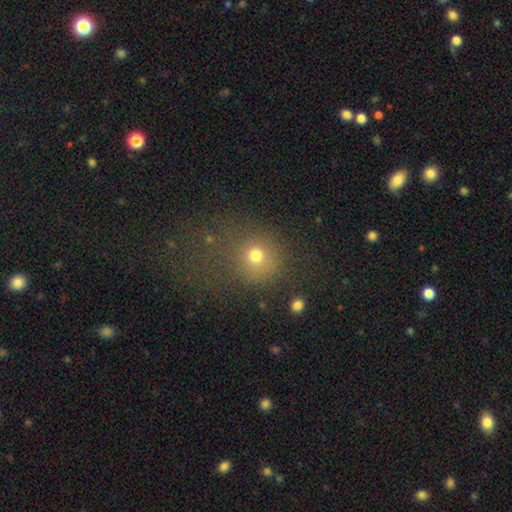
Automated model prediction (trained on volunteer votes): Overall: smooth (72%). How rounded: round (87%). Merging: none (69%).